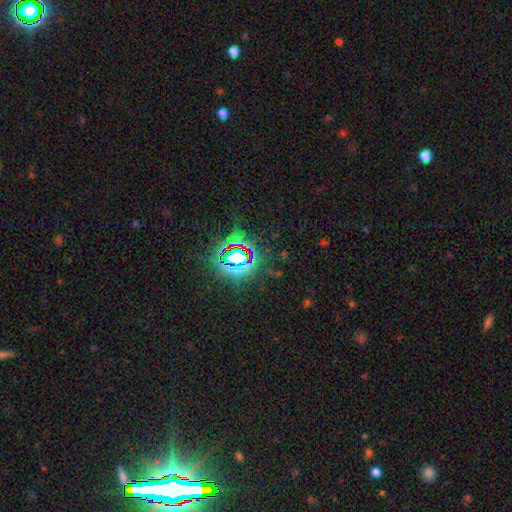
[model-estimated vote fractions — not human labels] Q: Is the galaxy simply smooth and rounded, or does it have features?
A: star or artifact — 82%.